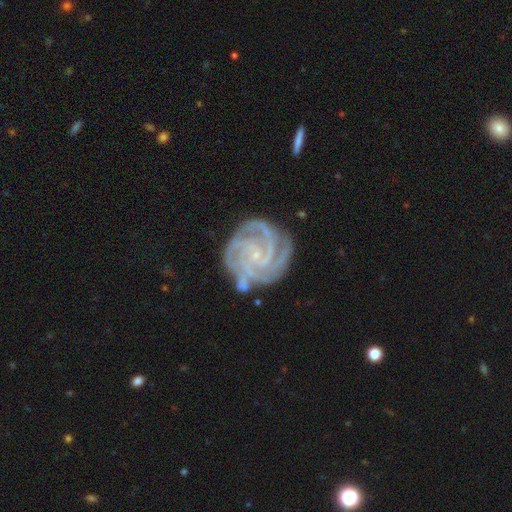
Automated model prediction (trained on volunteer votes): Smooth or featured? Predicted: featured or disk (p=0.91). Edge-on disk? Predicted: no (p=0.98). Bar? Predicted: no (p=0.67). Spiral arms? Predicted: yes (p=0.99). Spiral winding? Predicted: tight (p=0.79). Spiral arm count? Predicted: 4 (p=0.41). Bulge size? Predicted: small (p=0.86). Merging? Predicted: none (p=0.75).